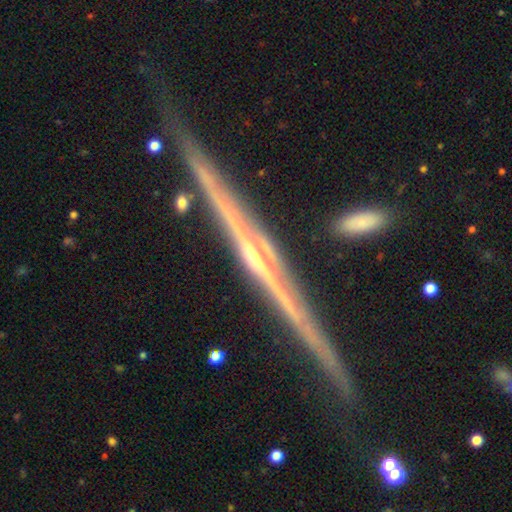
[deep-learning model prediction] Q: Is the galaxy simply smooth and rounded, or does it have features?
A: featured or disk — 87%.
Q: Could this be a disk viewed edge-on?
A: yes — 98%.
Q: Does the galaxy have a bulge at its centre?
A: rounded — 65%.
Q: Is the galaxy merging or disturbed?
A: none — 86%.